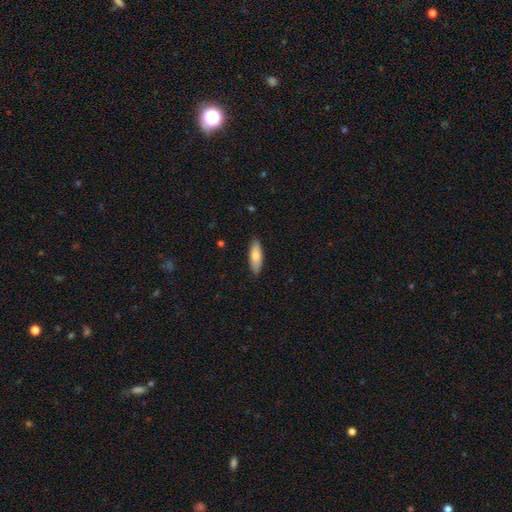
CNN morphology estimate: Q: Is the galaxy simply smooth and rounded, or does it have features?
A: smooth — 76%.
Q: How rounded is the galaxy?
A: in between — 59%.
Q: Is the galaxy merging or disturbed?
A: none — 88%.